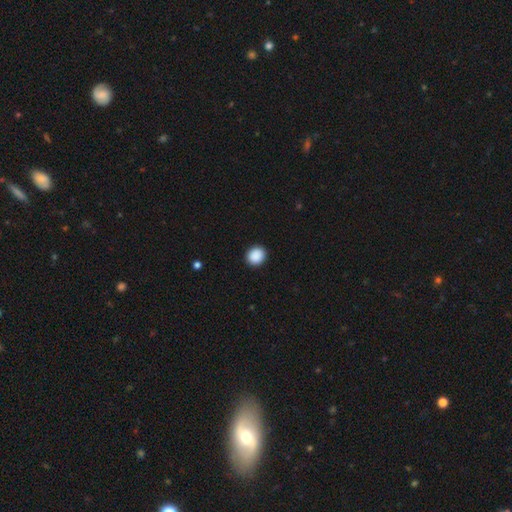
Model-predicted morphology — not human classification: smooth_or_featured: smooth (p=0.90) [alt: star or artifact p=0.08]
how_rounded: round (p=0.76) [alt: in between p=0.23]
merging: none (p=0.92) [alt: minor disturbance p=0.06]